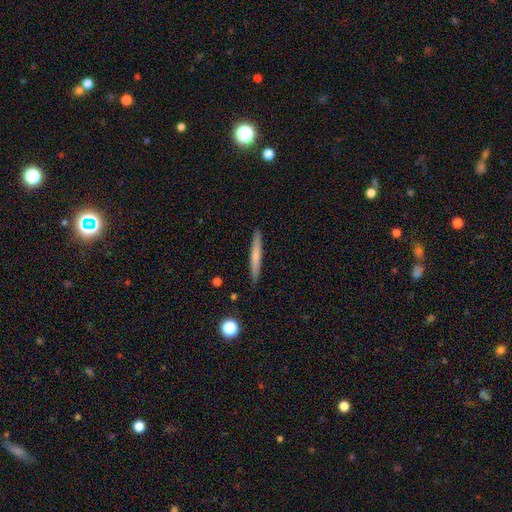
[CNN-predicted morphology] This is likely a smooth galaxy (63%). How rounded: clearly cigar-shaped (96%). Merging: clearly none (91%).